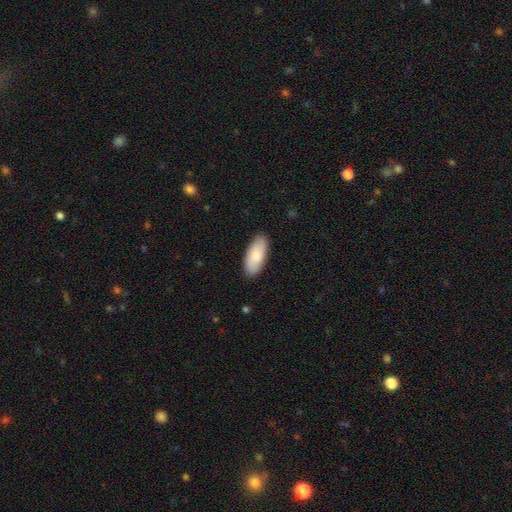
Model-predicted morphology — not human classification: smooth_or_featured: smooth (p=0.83) [alt: featured or disk p=0.12]
how_rounded: in between (p=0.86) [alt: cigar-shaped p=0.12]
merging: none (p=0.87) [alt: minor disturbance p=0.10]